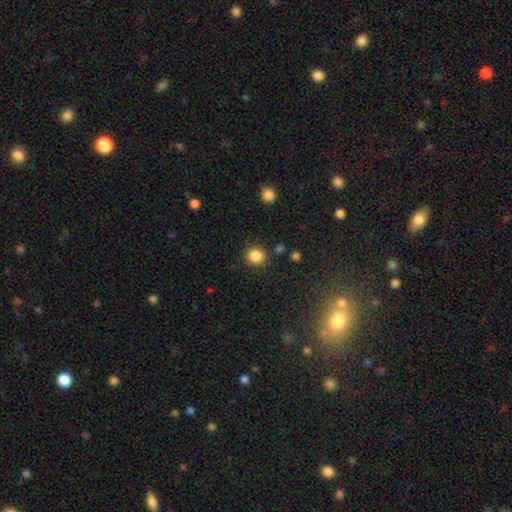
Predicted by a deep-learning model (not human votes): Smooth or featured? Predicted: smooth (p=0.85). How rounded? Predicted: round (p=0.91). Merging? Predicted: none (p=0.89).